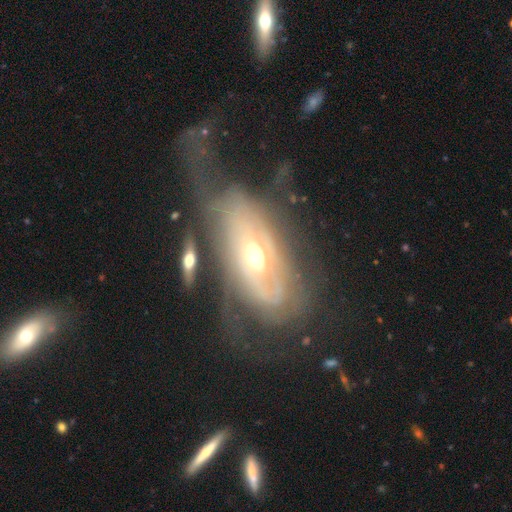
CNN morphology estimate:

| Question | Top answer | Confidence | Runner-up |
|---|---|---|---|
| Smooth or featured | featured or disk | 79% | smooth (15%) |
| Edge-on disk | no | 91% | yes (9%) |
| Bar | no | 69% | weak (22%) |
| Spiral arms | yes | 71% | no (29%) |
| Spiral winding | tight | 57% | medium (28%) |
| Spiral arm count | can't tell | 50% | 2 (28%) |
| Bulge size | moderate | 69% | small (21%) |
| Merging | major disturbance | 38% | none (35%) |